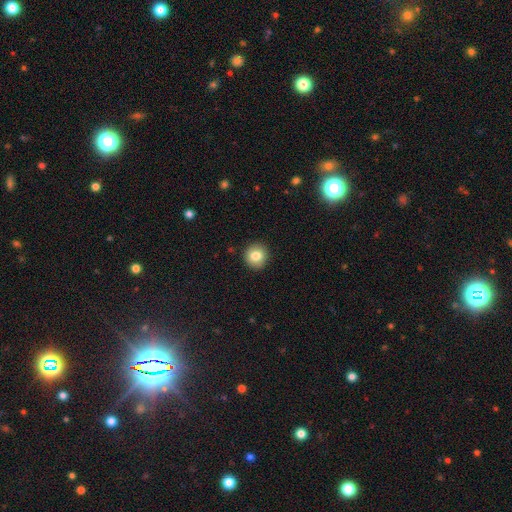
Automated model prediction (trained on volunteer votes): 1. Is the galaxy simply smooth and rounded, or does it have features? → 83% smooth, 9% star or artifact, 8% featured or disk.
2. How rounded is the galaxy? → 92% round, 7% in between, 1% cigar-shaped.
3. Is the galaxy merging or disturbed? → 91% none, 6% minor disturbance, 2% major disturbance, 1% merger.